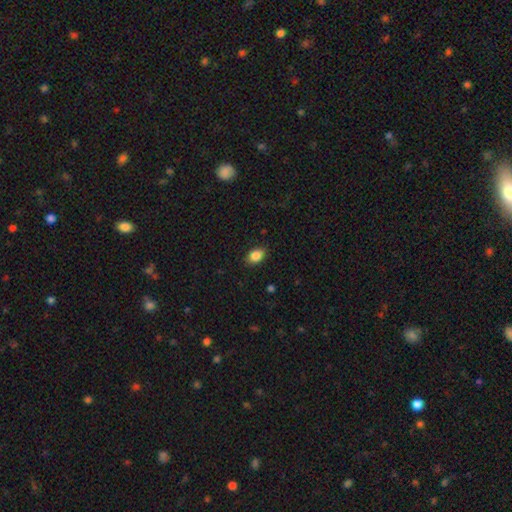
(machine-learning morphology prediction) Smooth or featured? smooth (86%)
How rounded? in between (82%)
Merging? none (85%)